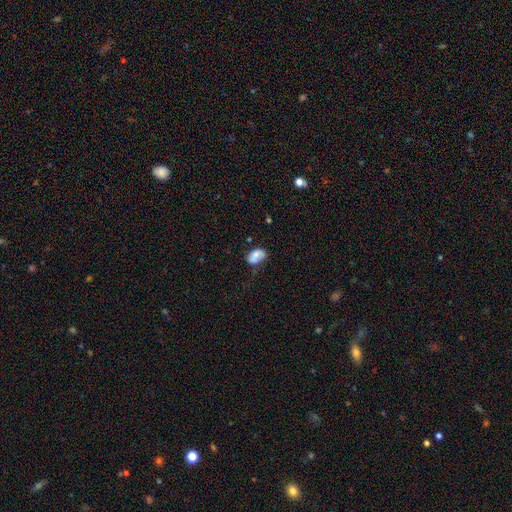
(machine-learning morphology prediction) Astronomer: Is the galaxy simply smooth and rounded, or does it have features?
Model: smooth — 66%.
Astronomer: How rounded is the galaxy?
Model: in between — 87%.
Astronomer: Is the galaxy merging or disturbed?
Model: none — 46% (runner-up: minor disturbance, 31%).